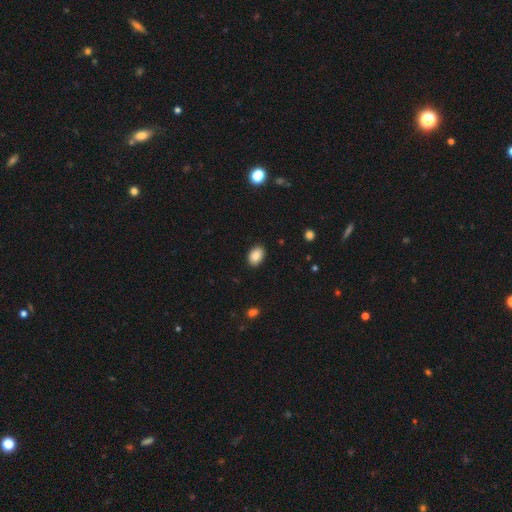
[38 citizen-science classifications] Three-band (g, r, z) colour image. It shows a smooth galaxy with no disk features (87%) that is in between round and cigar-shaped (91%). Merging: none (81%).